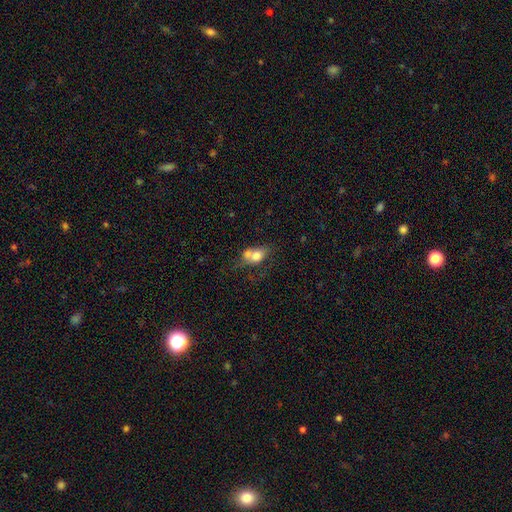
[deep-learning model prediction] Smooth or featured: smooth — 70% (featured or disk — 21%)
How rounded: in between — 66% (round — 31%)
Merging: merger — 56% (none — 23%)